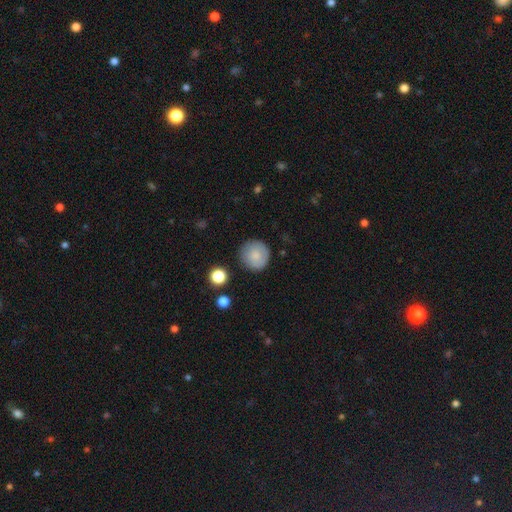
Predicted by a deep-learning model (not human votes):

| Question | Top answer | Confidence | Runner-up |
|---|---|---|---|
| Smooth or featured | smooth | 79% | featured or disk (13%) |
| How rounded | round | 94% | in between (5%) |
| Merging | none | 85% | minor disturbance (11%) |